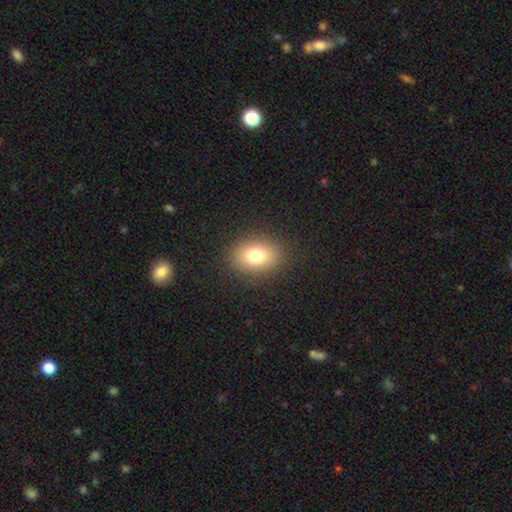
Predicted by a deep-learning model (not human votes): A smooth galaxy with no disk features (78%) that is in between round and cigar-shaped (63%).

Vote fractions:
- Smooth or featured? smooth: 78% / star or artifact: 12% / featured or disk: 11%
- How rounded? in between: 63% / round: 36% / cigar-shaped: 1%
- Merging? none: 87% / minor disturbance: 8% / major disturbance: 3% / merger: 1%